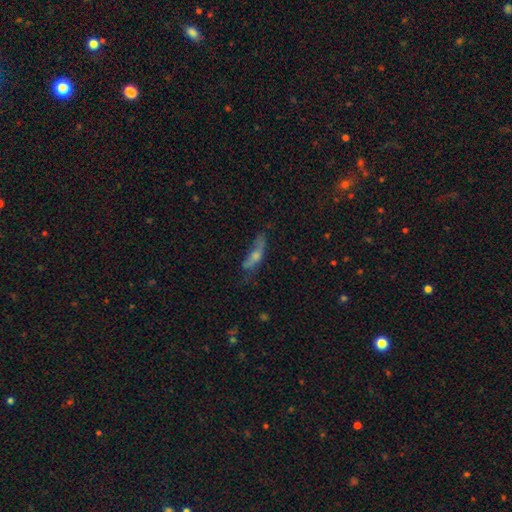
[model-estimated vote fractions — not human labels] A smooth galaxy with no disk features (59%) that is cigar-shaped (59%).

Vote fractions:
- Smooth or featured? smooth: 59% / featured or disk: 32% / star or artifact: 9%
- How rounded? cigar-shaped: 59% / in between: 38% / round: 3%
- Merging? none: 38% / minor disturbance: 31% / major disturbance: 26% / merger: 6%